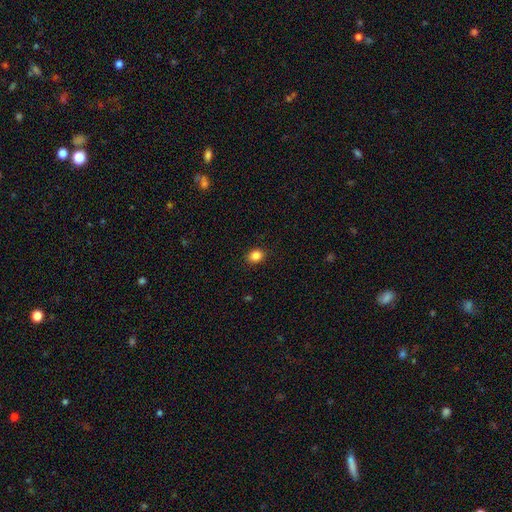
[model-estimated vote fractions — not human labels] A smooth galaxy with no disk features (85%) that is round (53%). Merging: none (90%).